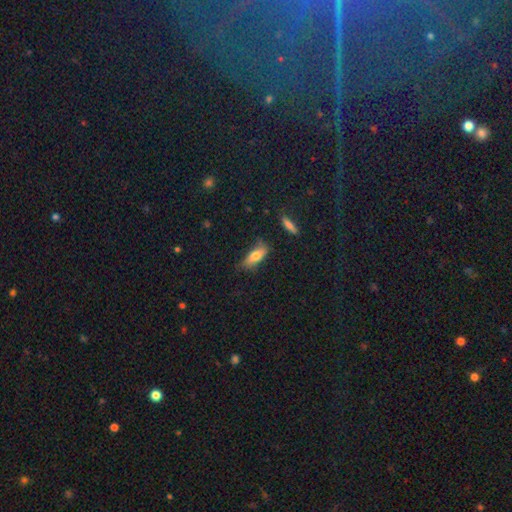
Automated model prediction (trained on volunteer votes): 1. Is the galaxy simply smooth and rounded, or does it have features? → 71% smooth, 21% featured or disk, 8% star or artifact.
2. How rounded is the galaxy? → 68% in between, 29% cigar-shaped, 3% round.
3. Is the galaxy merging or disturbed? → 63% none, 27% minor disturbance, 8% major disturbance, 3% merger.